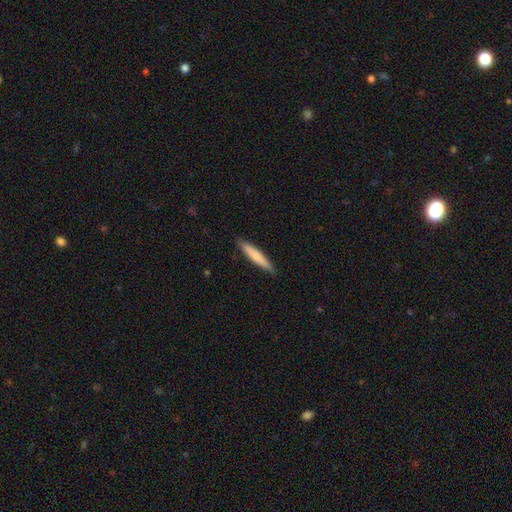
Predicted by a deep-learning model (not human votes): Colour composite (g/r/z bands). It shows a smooth galaxy with no disk features (75%) that is cigar-shaped (92%). Merging: none (90%).